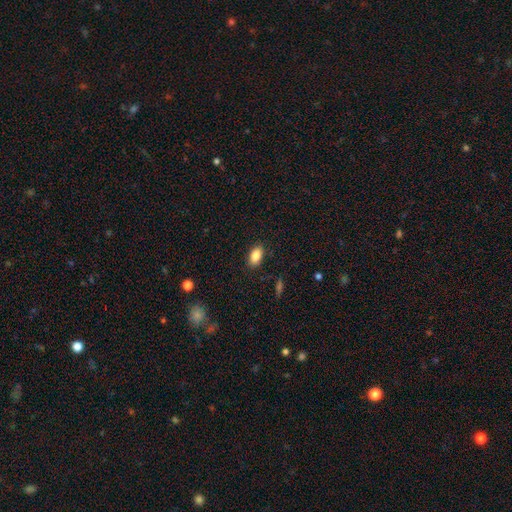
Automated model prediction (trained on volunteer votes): A smooth galaxy with no disk features (85%) that is in between round and cigar-shaped (90%). Merging: none (88%).